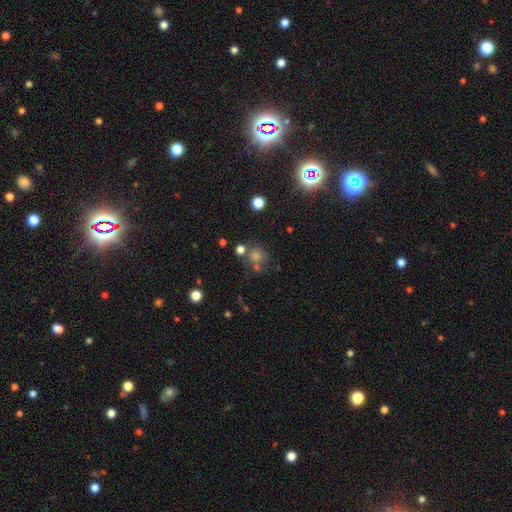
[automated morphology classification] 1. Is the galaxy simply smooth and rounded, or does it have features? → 52% smooth, 37% star or artifact, 10% featured or disk.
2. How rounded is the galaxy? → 86% round, 13% in between, 1% cigar-shaped.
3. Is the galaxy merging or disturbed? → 67% none, 16% merger, 11% minor disturbance, 6% major disturbance.